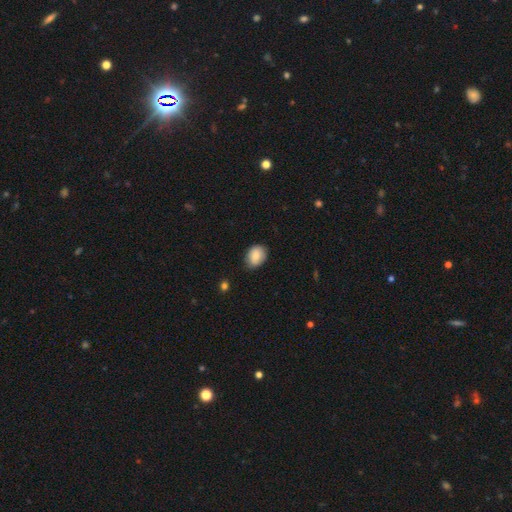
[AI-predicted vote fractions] Morphology: type=smooth (83%); roundness=in between (65%); merging=none (78%).